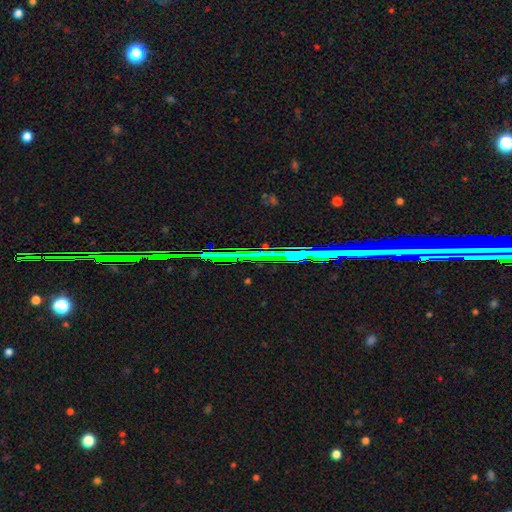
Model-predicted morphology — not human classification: The model was most divided on "smooth or featured": star or artifact: 76%, featured or disk: 15%, smooth: 9%.